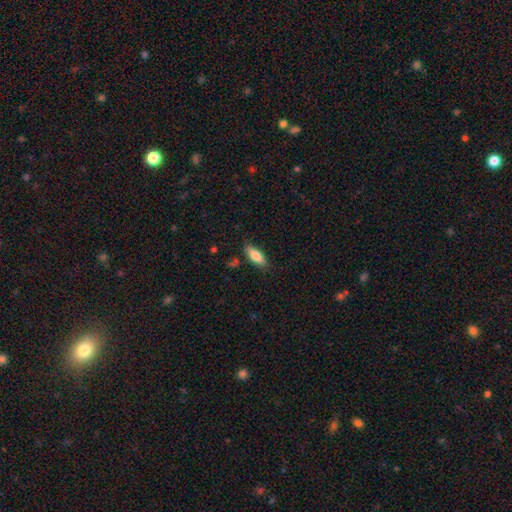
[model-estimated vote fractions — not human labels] This is clearly a smooth galaxy (81%). How rounded: likely in between (74%). Merging: likely none (80%).